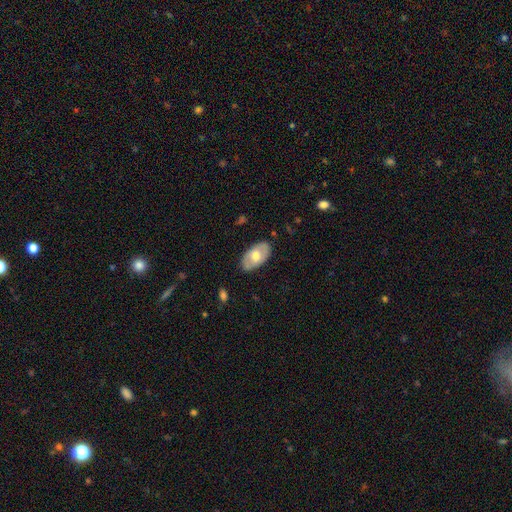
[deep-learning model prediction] Smooth or featured? Predicted: smooth (p=0.53). How rounded? Predicted: in between (p=0.94). Merging? Predicted: none (p=0.83).